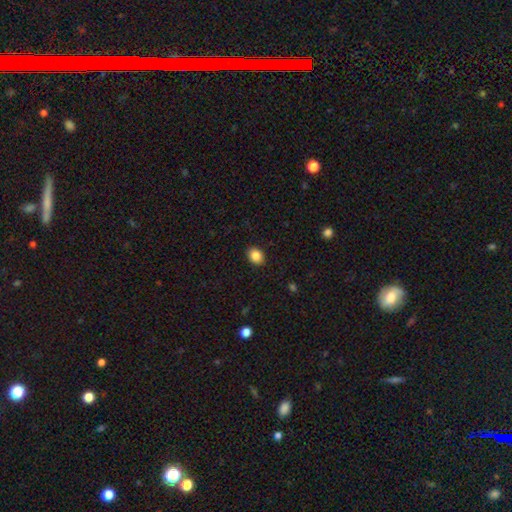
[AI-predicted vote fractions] Q: Smooth or featured?
A: smooth (87%); runner-up: star or artifact (9%)
Q: How rounded?
A: in between (57%); runner-up: round (42%)
Q: Merging?
A: none (90%); runner-up: minor disturbance (7%)